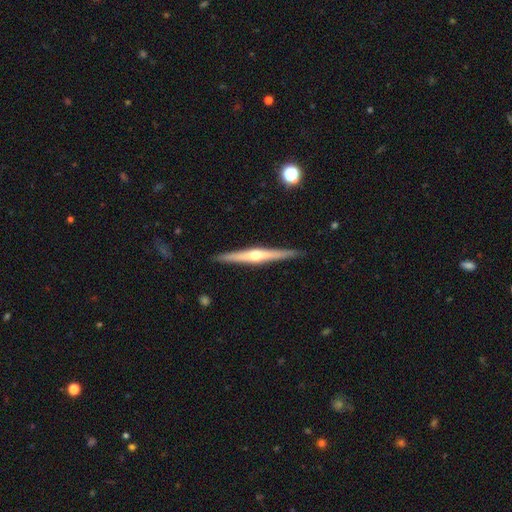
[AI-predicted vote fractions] Q: Smooth or featured?
A: featured or disk (76%); runner-up: smooth (19%)
Q: Edge-on disk?
A: yes (98%); runner-up: no (2%)
Q: Edge-on bulge?
A: rounded (90%); runner-up: none (7%)
Q: Merging?
A: none (90%); runner-up: minor disturbance (7%)